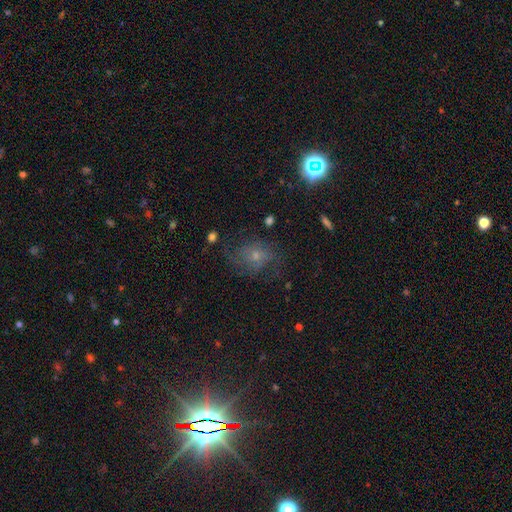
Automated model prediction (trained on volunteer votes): This is possibly a featured or disk galaxy (50%). It is clearly not viewed edge-on (96%). Merging: likely none (60%).